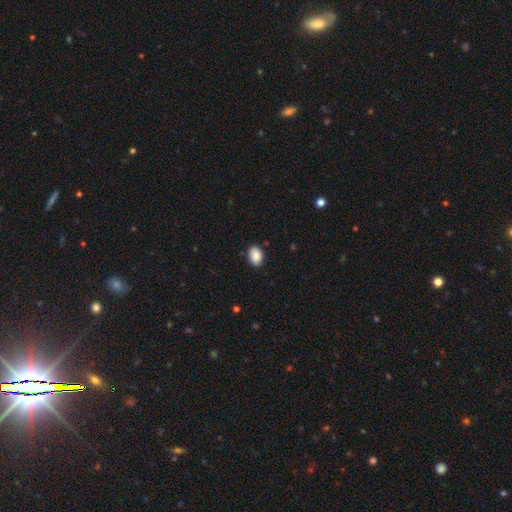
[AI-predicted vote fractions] smooth-or-featured: smooth: 89% | star or artifact: 7% | featured or disk: 4%
  how-rounded: in between: 82% | round: 17% | cigar-shaped: 1%
  merging: none: 88% | minor disturbance: 9% | major disturbance: 2% | merger: 1%